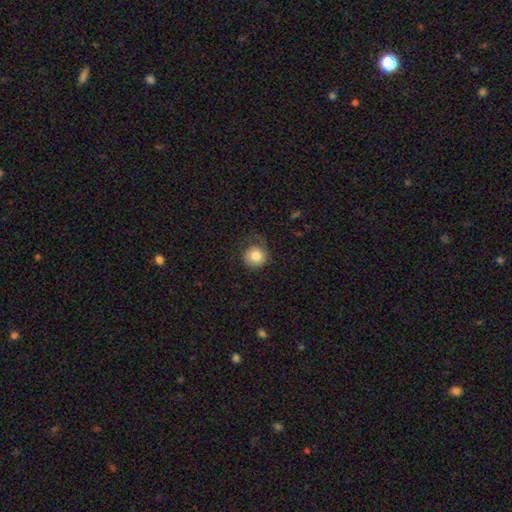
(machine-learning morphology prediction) smooth 77%, featured or disk 15%, star or artifact 8%. Down the decision tree: how rounded — round (90%); merging — none (55%).